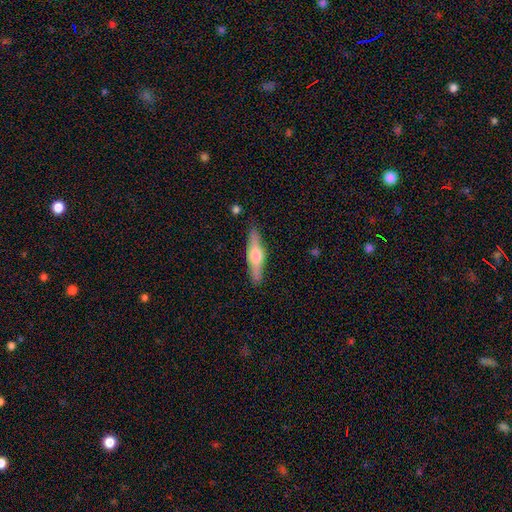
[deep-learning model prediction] featured or disk 58%, smooth 37%, star or artifact 5%. Down the decision tree: edge-on disk — yes (95%); edge-on bulge — rounded (90%); merging — none (87%).